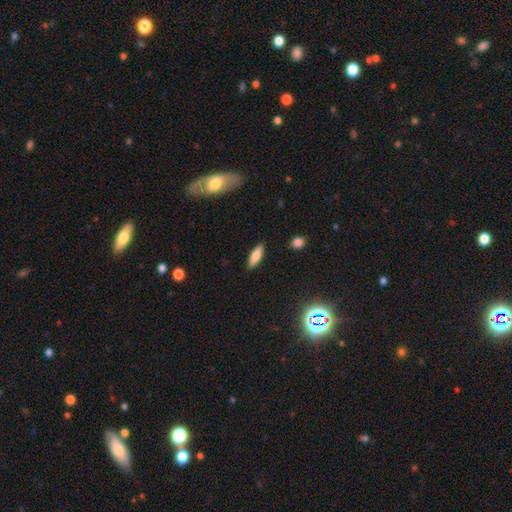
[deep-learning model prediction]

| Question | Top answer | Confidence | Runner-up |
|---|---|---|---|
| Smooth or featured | smooth | 71% | featured or disk (22%) |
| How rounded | cigar-shaped | 51% | in between (47%) |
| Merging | none | 88% | minor disturbance (9%) |